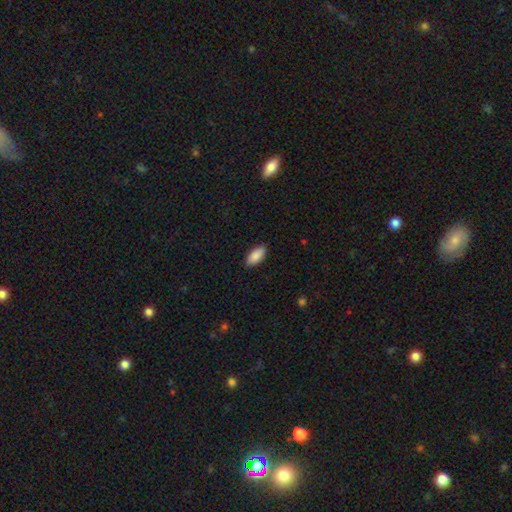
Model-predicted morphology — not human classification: Smooth or featured? smooth (88%)
How rounded? in between (89%)
Merging? none (88%)